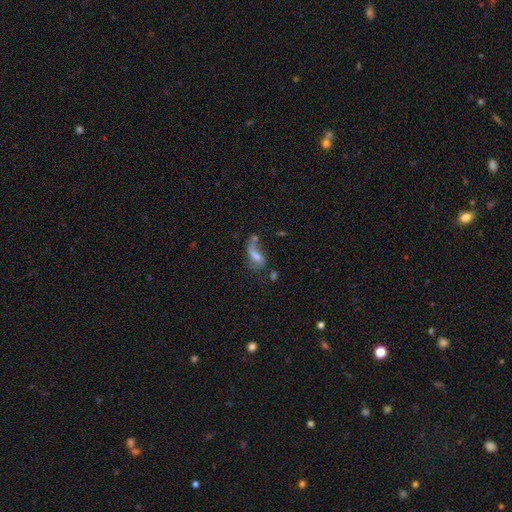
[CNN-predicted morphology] Smooth or featured? featured or disk (46%)
Merging? major disturbance (31%)